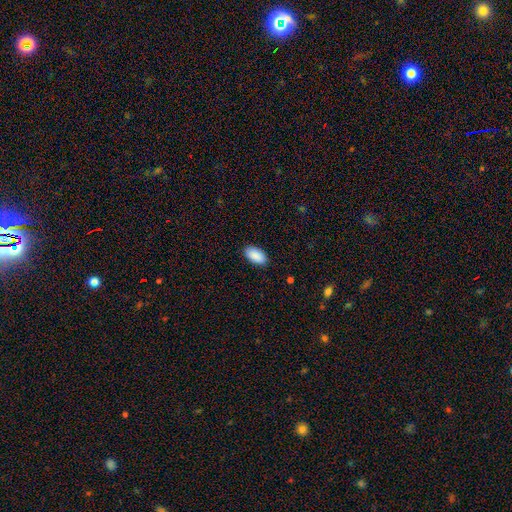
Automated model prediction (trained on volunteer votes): A smooth galaxy with no disk features (90%) that is in between round and cigar-shaped (95%). Merging: none (87%).